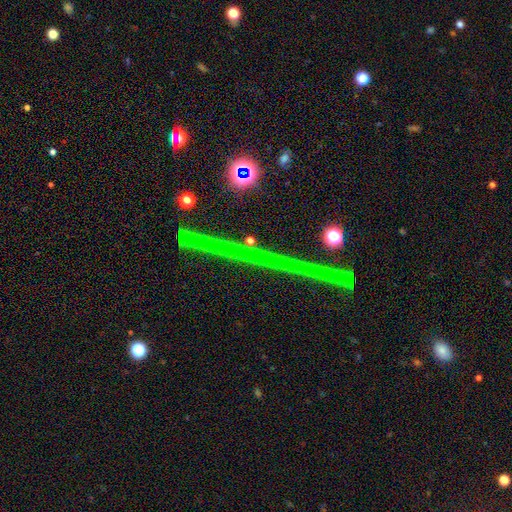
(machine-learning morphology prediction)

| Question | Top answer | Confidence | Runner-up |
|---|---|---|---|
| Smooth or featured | star or artifact | 51% | featured or disk (37%) |